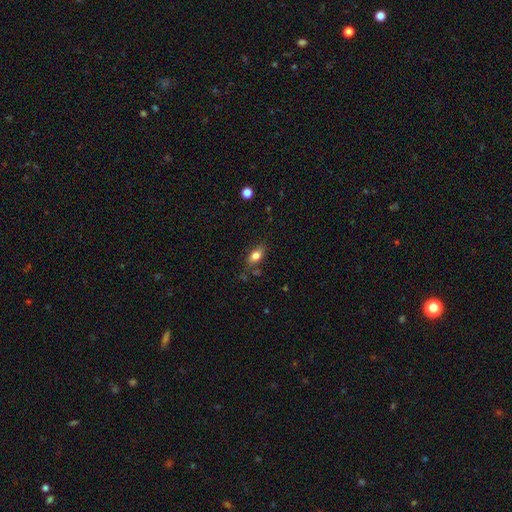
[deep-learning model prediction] smooth 78%, featured or disk 13%, star or artifact 9%. Down the decision tree: how rounded — in between (83%); merging — none (73%).